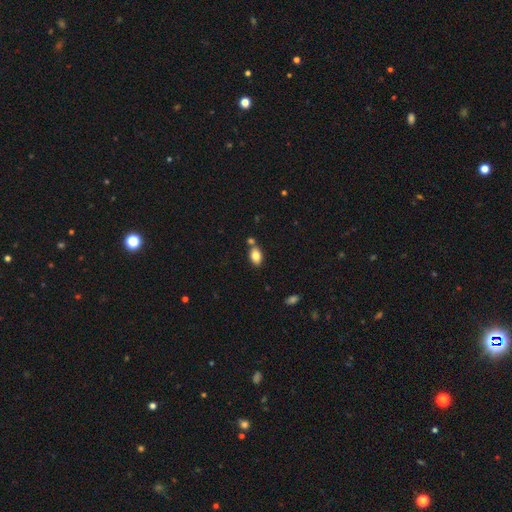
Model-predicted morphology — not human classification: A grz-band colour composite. It shows a smooth galaxy with no disk features (82%) that is in between round and cigar-shaped (88%). Merging: none (67%).